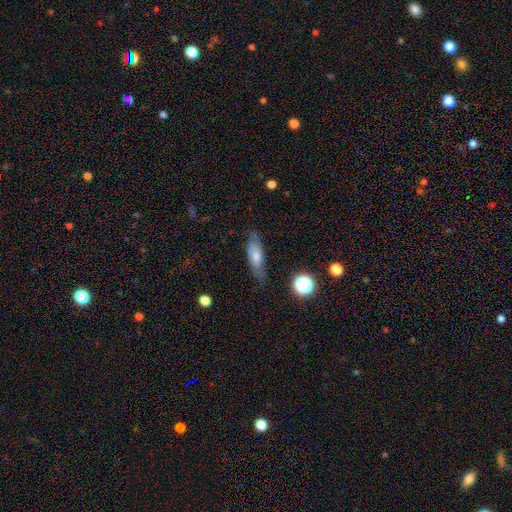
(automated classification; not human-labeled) smooth_or_featured: smooth (p=0.56) [alt: featured or disk p=0.34]
how_rounded: in between (p=0.51) [alt: cigar-shaped p=0.44]
merging: none (p=0.75) [alt: minor disturbance p=0.19]